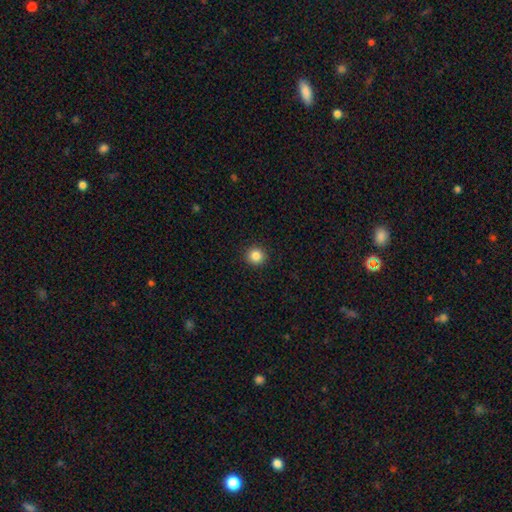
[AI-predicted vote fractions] Overall: smooth (85%). How rounded: round (94%). Merging: none (93%).